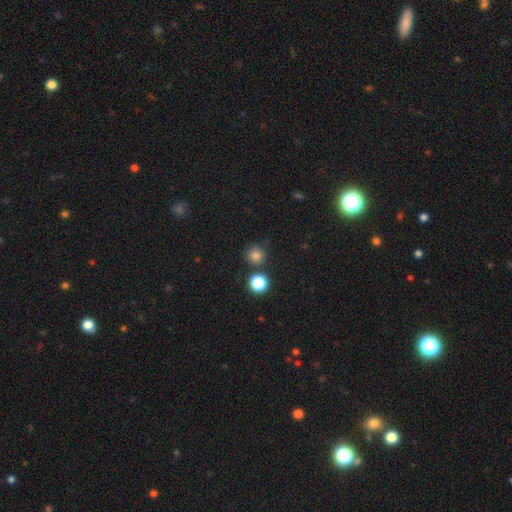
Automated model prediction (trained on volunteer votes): Overall: smooth (81%). How rounded: round (93%). Merging: none (80%).